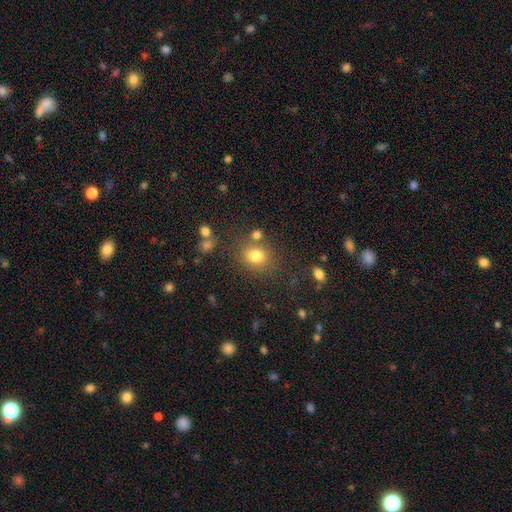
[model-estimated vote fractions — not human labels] Smooth or featured? Predicted: smooth (p=0.79). How rounded? Predicted: round (p=0.67). Merging? Predicted: none (p=0.72).